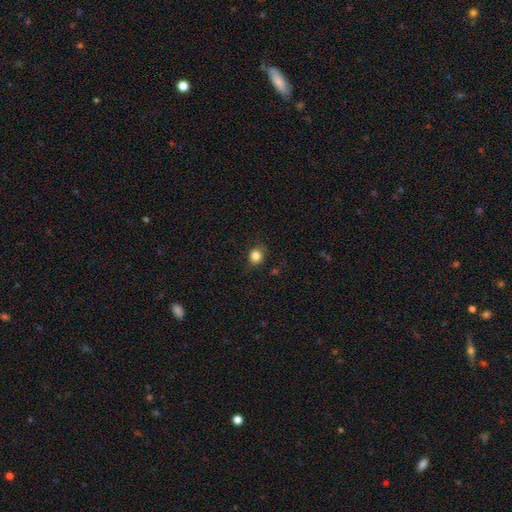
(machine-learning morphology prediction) type=smooth (83%); roundness=round (80%); merging=none (85%).